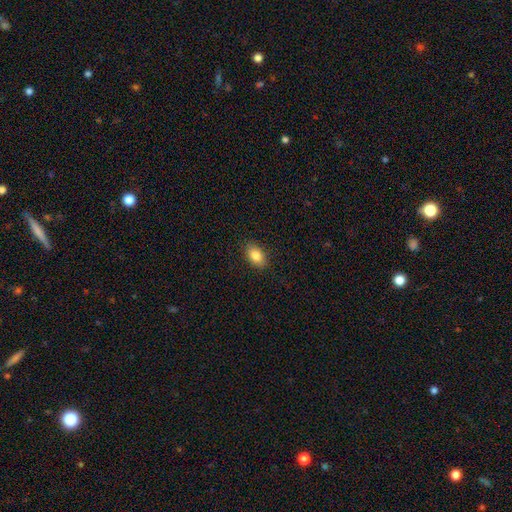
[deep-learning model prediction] A smooth galaxy with no disk features (84%) that is in between round and cigar-shaped (87%). Merging: none (88%).